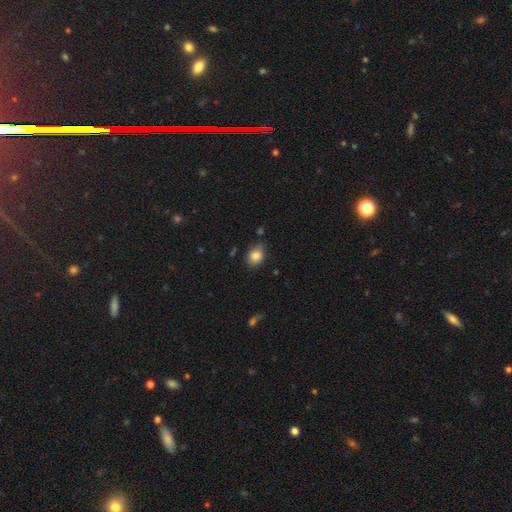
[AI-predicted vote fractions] Smooth or featured?
  - smooth: 84% *
  - star or artifact: 9%
  - featured or disk: 7%
How rounded?
  - in between: 56% *
  - round: 43%
  - cigar-shaped: 1%
Merging?
  - none: 72% *
  - minor disturbance: 22%
  - major disturbance: 4%
  - merger: 3%